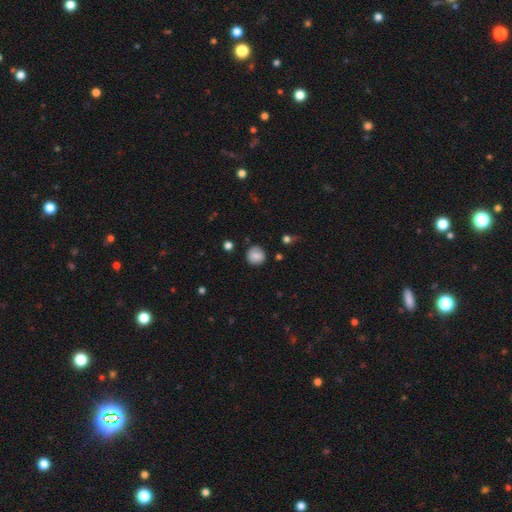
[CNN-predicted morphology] Smooth or featured: smooth — 85% (star or artifact — 9%)
How rounded: round — 90% (in between — 9%)
Merging: none — 83% (minor disturbance — 12%)